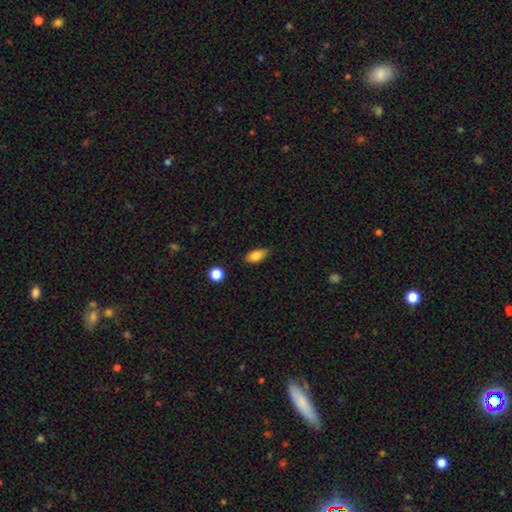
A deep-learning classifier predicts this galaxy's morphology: smooth-or-featured: smooth: 82% | featured or disk: 10% | star or artifact: 8%
  how-rounded: in between: 87% | cigar-shaped: 7% | round: 6%
  merging: none: 82% | minor disturbance: 14% | major disturbance: 2% | merger: 2%